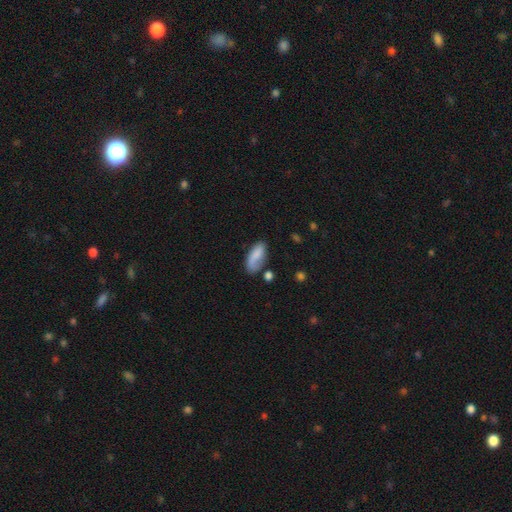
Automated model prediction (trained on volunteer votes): smooth_or_featured: smooth (p=0.76) [alt: featured or disk p=0.17]
how_rounded: in between (p=0.84) [alt: cigar-shaped p=0.13]
merging: none (p=0.55) [alt: minor disturbance p=0.26]